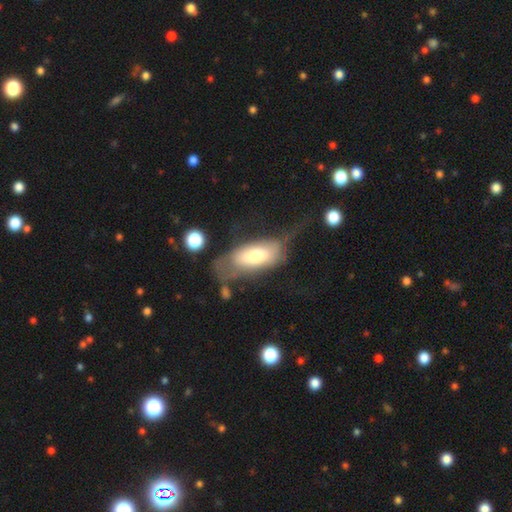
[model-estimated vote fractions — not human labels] This is likely a smooth galaxy (60%). How rounded: clearly in between (86%). Merging: marginally major disturbance (42%).